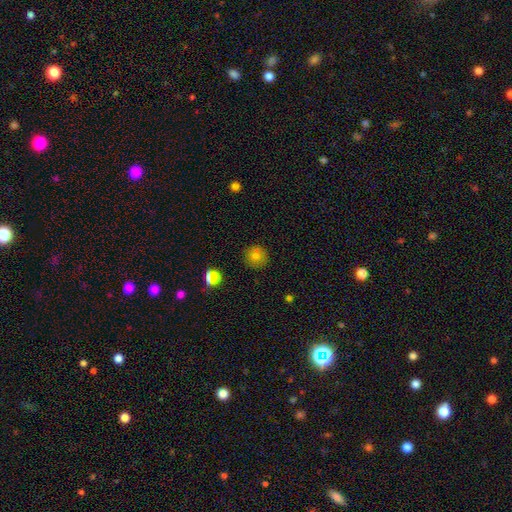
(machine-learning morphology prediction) Smooth or featured: smooth — 79% (star or artifact — 13%)
How rounded: round — 93% (in between — 6%)
Merging: none — 88% (minor disturbance — 8%)